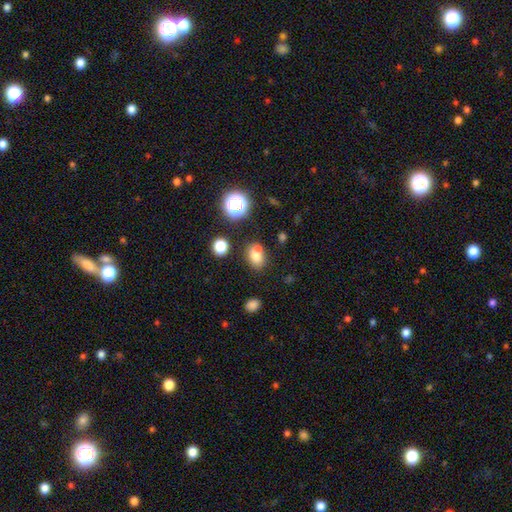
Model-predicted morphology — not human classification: This is likely a smooth galaxy (75%). How rounded: likely in between (68%). Merging: likely none (60%).